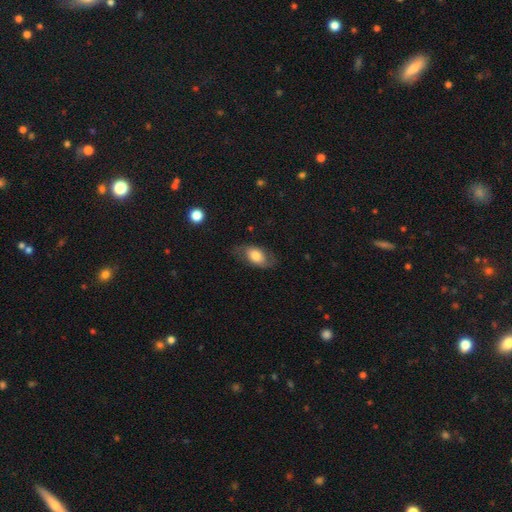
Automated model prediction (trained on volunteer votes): smooth-or-featured: smooth: 57% | featured or disk: 36% | star or artifact: 7%
  how-rounded: in between: 87% | round: 10% | cigar-shaped: 3%
  merging: none: 67% | minor disturbance: 21% | major disturbance: 11% | merger: 1%